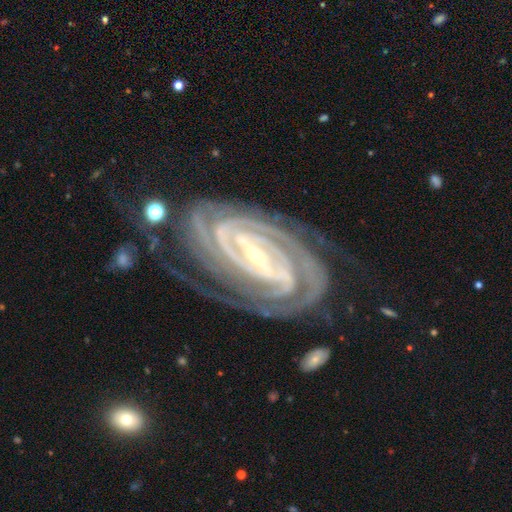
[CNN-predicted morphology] Smooth or featured: featured or disk — 93% (star or artifact — 4%)
Edge-on disk: no — 96% (yes — 4%)
Bar: strong — 62% (weak — 25%)
Spiral arms: yes — 99% (no — 1%)
Spiral winding: tight — 84% (medium — 14%)
Spiral arm count: 2 — 30% (4 — 23%)
Bulge size: small — 76% (moderate — 21%)
Merging: none — 75% (minor disturbance — 17%)